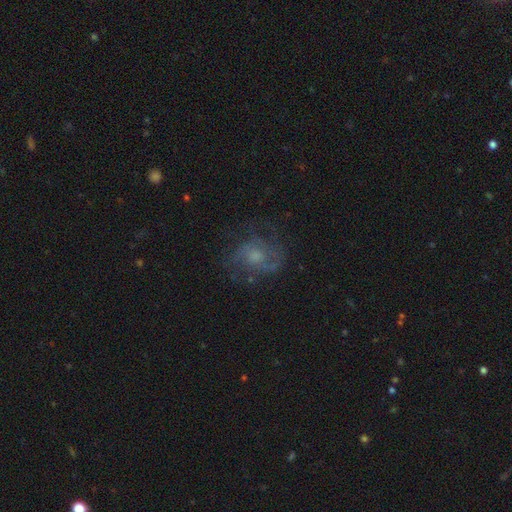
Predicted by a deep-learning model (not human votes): Smooth or featured: featured or disk — 60% (smooth — 26%)
Edge-on disk: no — 97% (yes — 3%)
Bar: no — 74% (weak — 23%)
Spiral arms: yes — 75% (no — 25%)
Bulge size: moderate — 45% (small — 33%)
Merging: none — 63% (minor disturbance — 19%)